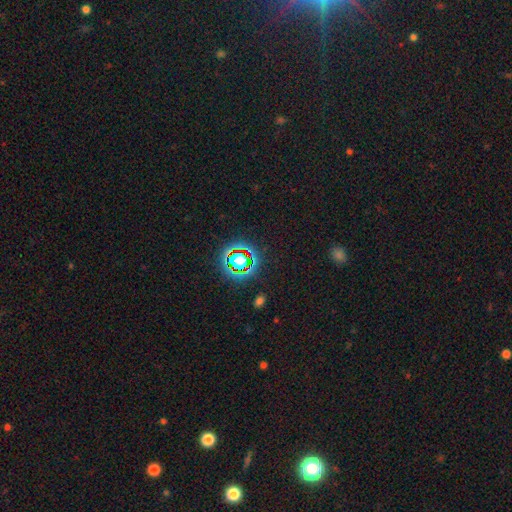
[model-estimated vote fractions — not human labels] Overall: star or artifact (73%).